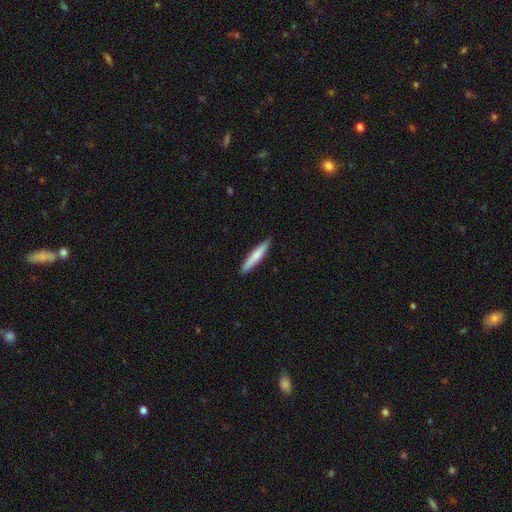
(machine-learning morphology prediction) Smooth or featured?
  - smooth: 70% *
  - featured or disk: 24%
  - star or artifact: 5%
How rounded?
  - cigar-shaped: 92% *
  - in between: 7%
  - round: 1%
Merging?
  - none: 89% *
  - minor disturbance: 8%
  - major disturbance: 1%
  - merger: 1%